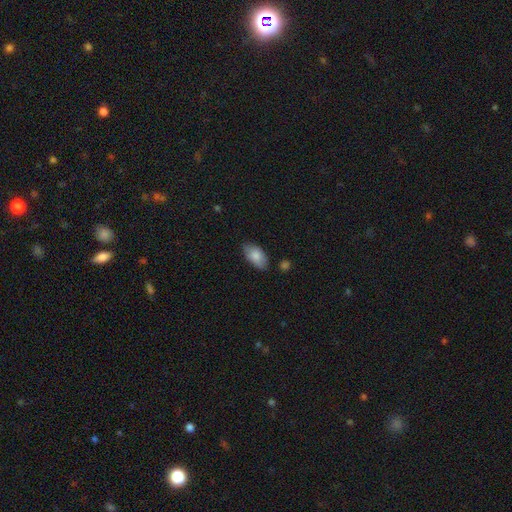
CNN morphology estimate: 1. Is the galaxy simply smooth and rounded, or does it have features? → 83% smooth, 11% featured or disk, 6% star or artifact.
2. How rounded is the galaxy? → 94% in between, 3% round, 3% cigar-shaped.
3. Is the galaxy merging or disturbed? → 74% none, 20% minor disturbance, 3% major disturbance, 3% merger.